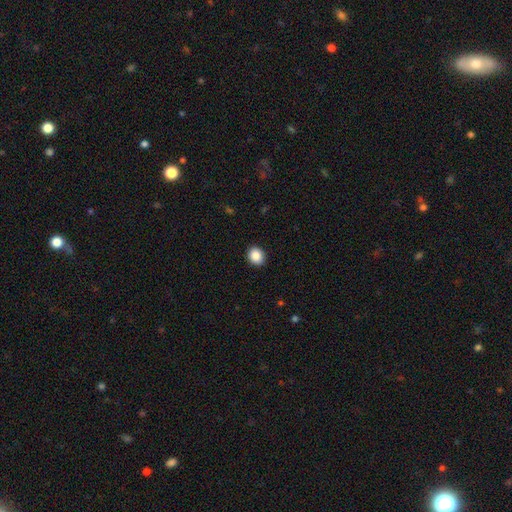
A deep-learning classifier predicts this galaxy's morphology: Smooth or featured? smooth (87%)
How rounded? round (69%)
Merging? none (92%)